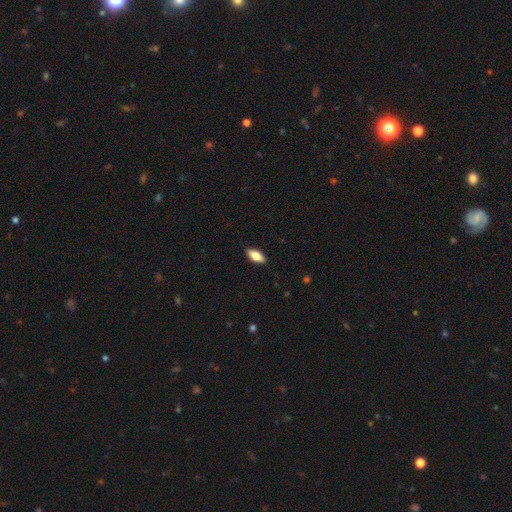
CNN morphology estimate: smooth 74%, featured or disk 19%, star or artifact 7%. Down the decision tree: how rounded — in between (83%); merging — none (88%).